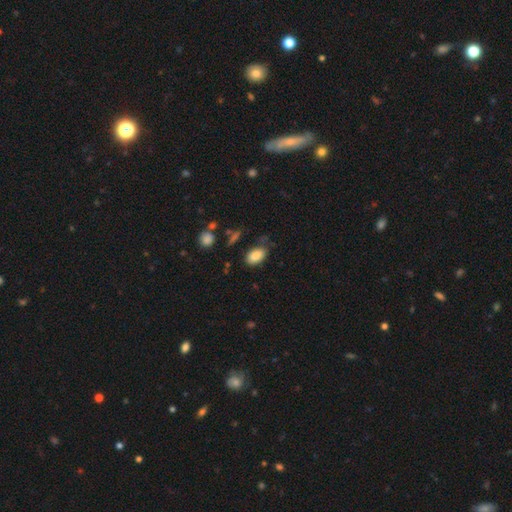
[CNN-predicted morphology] type=smooth (86%); roundness=in between (92%); merging=none (71%).